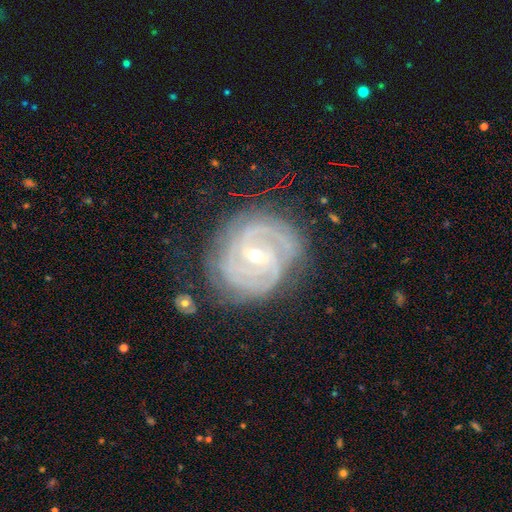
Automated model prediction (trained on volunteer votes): Smooth or featured?
  - featured or disk: 90% *
  - star or artifact: 5%
  - smooth: 5%
Edge-on disk?
  - no: 97% *
  - yes: 3%
Bar?
  - weak: 50% *
  - no: 28%
  - strong: 23%
Spiral arms?
  - yes: 98% *
  - no: 2%
Spiral winding?
  - tight: 73% *
  - medium: 23%
  - loose: 3%
Spiral arm count?
  - 2: 29% *
  - 3: 27%
  - can't tell: 19%
  - 4: 14%
  - more than 4: 6%
  - 1: 5%
Bulge size?
  - small: 62% *
  - moderate: 36%
  - large: 1%
  - none: 1%
  - dominant: 1%
Merging?
  - none: 75% *
  - minor disturbance: 18%
  - major disturbance: 6%
  - merger: 2%